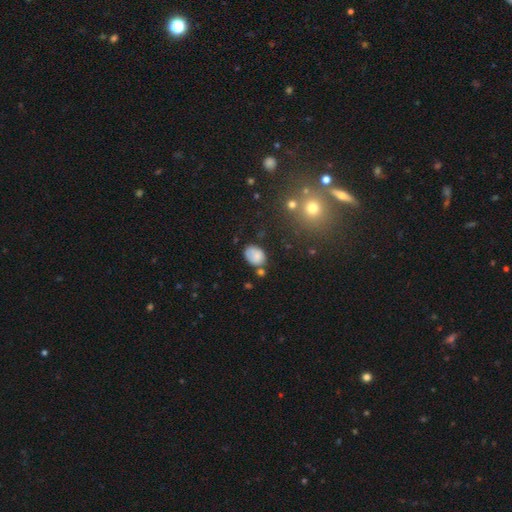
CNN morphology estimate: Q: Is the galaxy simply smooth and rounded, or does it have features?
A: smooth — 75%.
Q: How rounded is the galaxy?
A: in between — 72%.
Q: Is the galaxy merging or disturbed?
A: none — 58%.